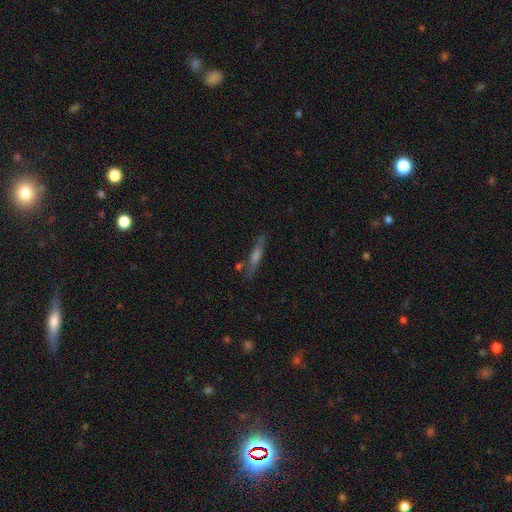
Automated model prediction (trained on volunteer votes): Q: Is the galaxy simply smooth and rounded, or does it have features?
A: featured or disk — 52%.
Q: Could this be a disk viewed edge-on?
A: yes — 93%.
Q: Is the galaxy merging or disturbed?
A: none — 82%.